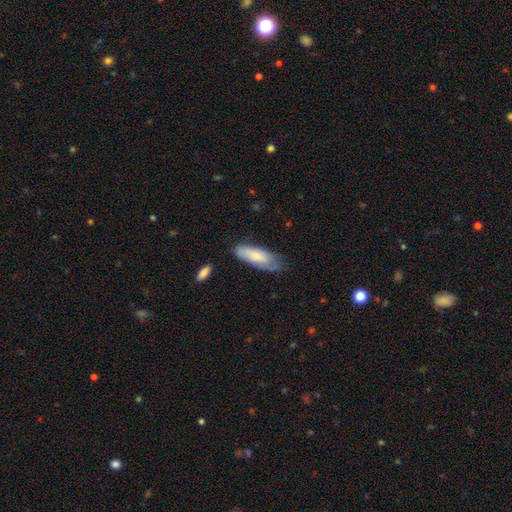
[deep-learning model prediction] Smooth or featured?
  - smooth: 70% *
  - featured or disk: 24%
  - star or artifact: 6%
How rounded?
  - in between: 65% *
  - cigar-shaped: 34%
  - round: 2%
Merging?
  - none: 53% *
  - minor disturbance: 34%
  - major disturbance: 11%
  - merger: 3%